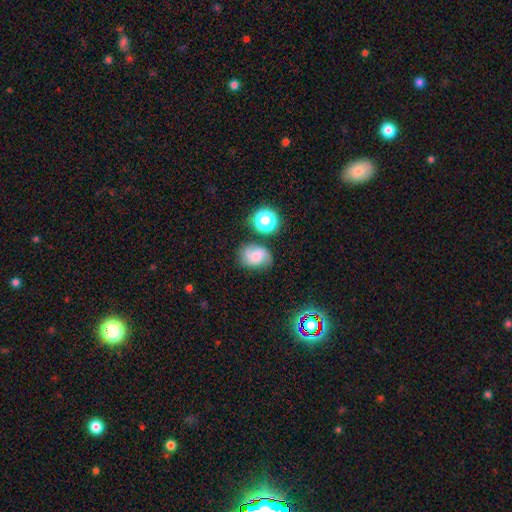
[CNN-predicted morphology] Smooth or featured?
  - featured or disk: 50% *
  - smooth: 37%
  - star or artifact: 13%
Merging?
  - none: 64% *
  - minor disturbance: 21%
  - major disturbance: 8%
  - merger: 8%